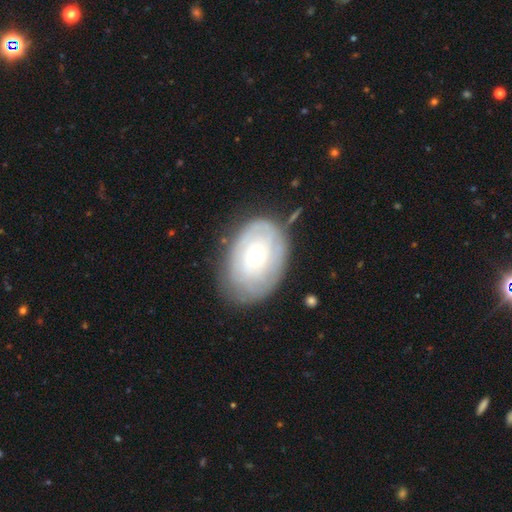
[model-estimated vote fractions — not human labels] This appears to be a featured or disk galaxy (49%). Merging: none (69%).